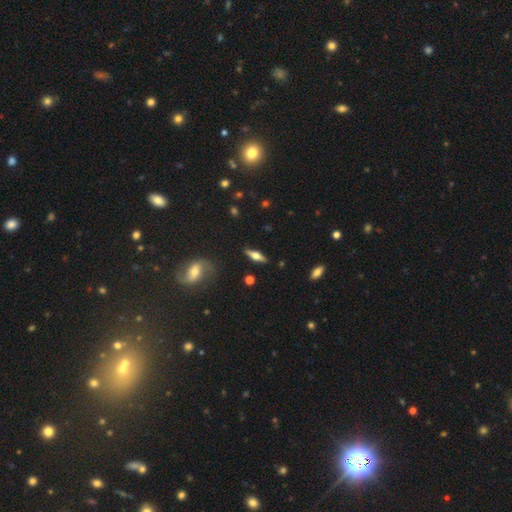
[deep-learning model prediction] Morphology: type=featured or disk (62%); edge-on=yes (93%); edge-on bulge=rounded (94%); merging=none (87%).